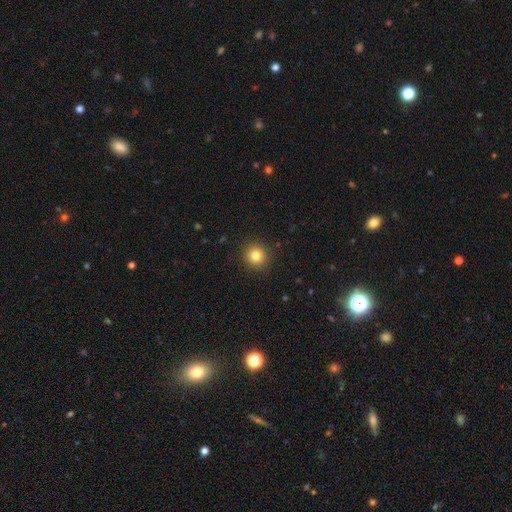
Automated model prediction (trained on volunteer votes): Overall: smooth (81%). How rounded: round (93%). Merging: none (91%).